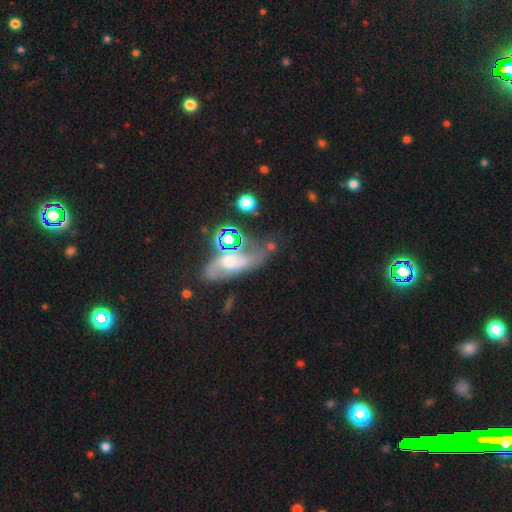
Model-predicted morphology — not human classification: smooth-or-featured: featured or disk: 57% | smooth: 26% | star or artifact: 18%
  disk-edge-on: no: 81% | yes: 19%
  merging: none: 30% | merger: 29% | major disturbance: 25% | minor disturbance: 16%